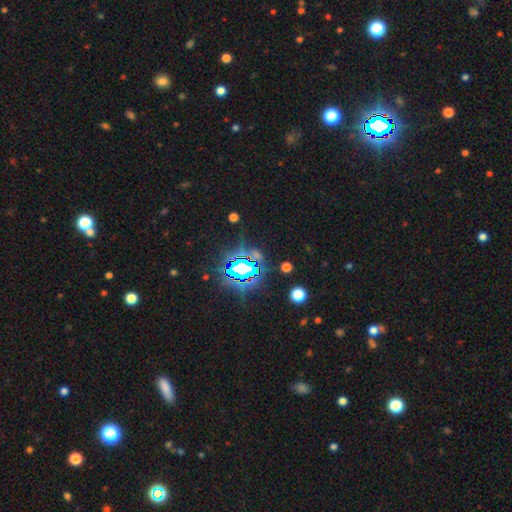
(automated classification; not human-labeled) Morphology: type=star or artifact (78%).